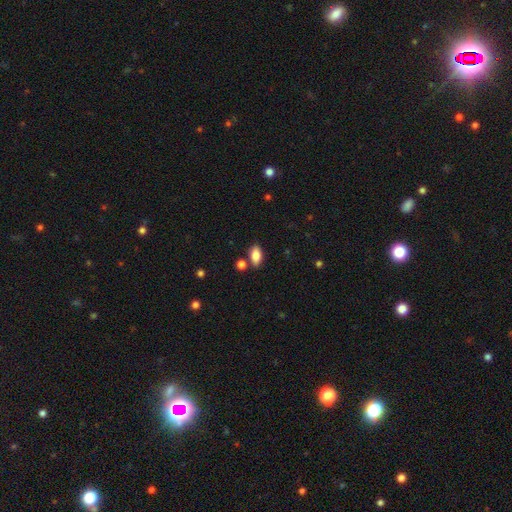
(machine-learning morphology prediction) Smooth or featured? Predicted: smooth (p=0.84). How rounded? Predicted: in between (p=0.90). Merging? Predicted: none (p=0.78).